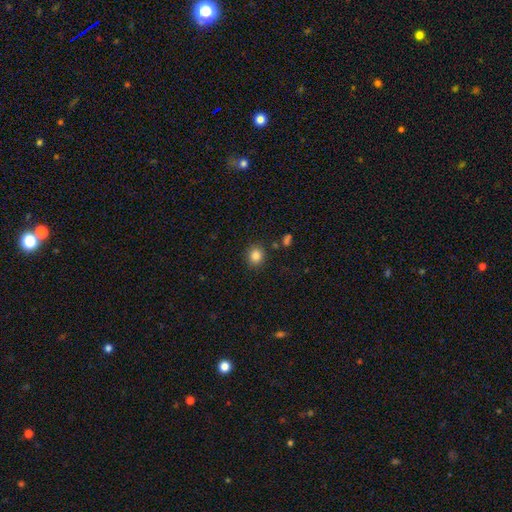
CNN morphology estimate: Q: Smooth or featured?
A: smooth (85%); runner-up: star or artifact (11%)
Q: How rounded?
A: round (76%); runner-up: in between (23%)
Q: Merging?
A: none (87%); runner-up: minor disturbance (8%)